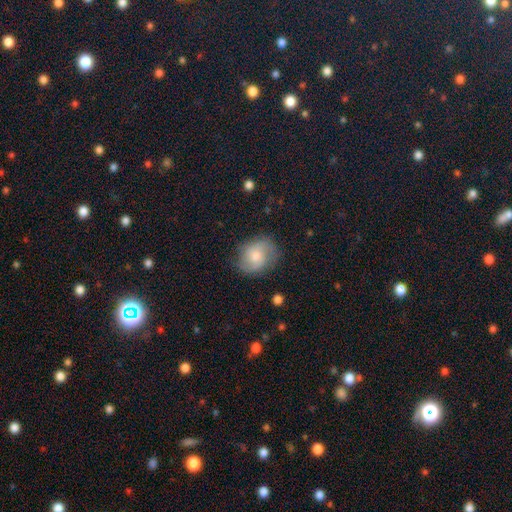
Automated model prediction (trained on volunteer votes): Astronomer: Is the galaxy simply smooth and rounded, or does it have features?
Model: smooth — 53% (runner-up: featured or disk, 40%).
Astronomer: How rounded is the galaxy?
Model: round — 53% (runner-up: in between, 45%).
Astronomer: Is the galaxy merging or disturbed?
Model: none — 68%.